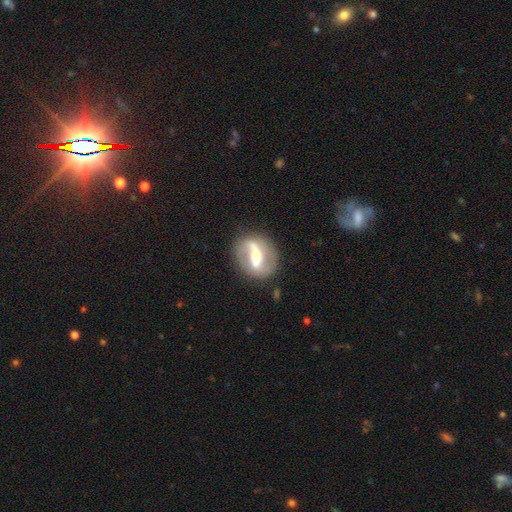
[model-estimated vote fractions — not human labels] A featured or disk galaxy (72%) with a strong bar (63%), spiral arms (57%) and a moderate central bulge (58%).

Vote fractions:
- Smooth or featured? featured or disk: 72% / smooth: 22% / star or artifact: 6%
- Edge-on disk? no: 87% / yes: 13%
- Bar? strong: 63% / weak: 24% / no: 13%
- Spiral arms? yes: 57% / no: 43%
- Bulge size? moderate: 58% / small: 29% / large: 9% / none: 2% / dominant: 2%
- Merging? none: 78% / minor disturbance: 13% / major disturbance: 6% / merger: 3%